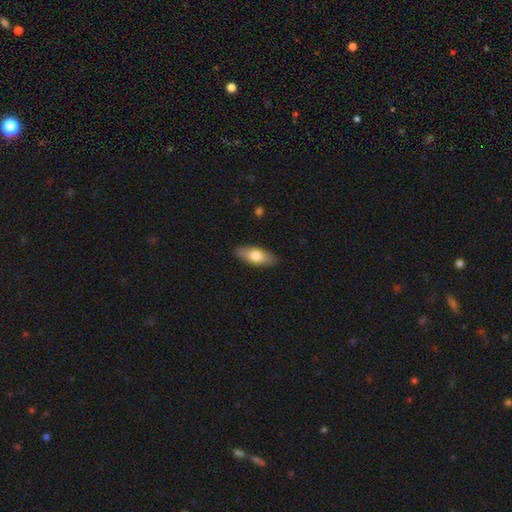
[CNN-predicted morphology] Q: Smooth or featured?
A: smooth (73%); runner-up: featured or disk (21%)
Q: How rounded?
A: in between (76%); runner-up: cigar-shaped (22%)
Q: Merging?
A: none (88%); runner-up: minor disturbance (9%)